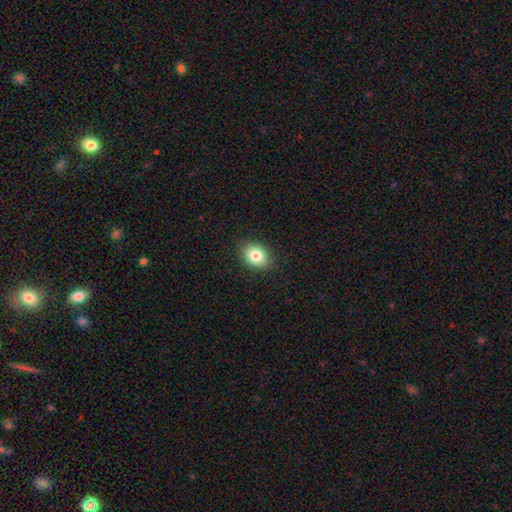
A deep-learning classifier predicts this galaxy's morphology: Smooth or featured: smooth — 83% (star or artifact — 9%)
How rounded: in between — 61% (round — 38%)
Merging: none — 89% (minor disturbance — 8%)